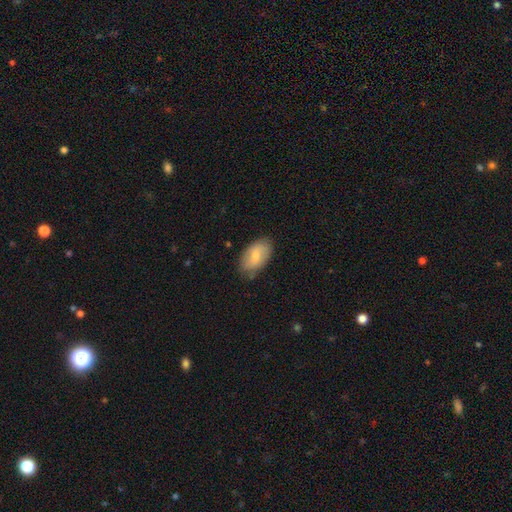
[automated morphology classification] A smooth galaxy with no disk features (74%) that is in between round and cigar-shaped (93%). Merging: none (75%).